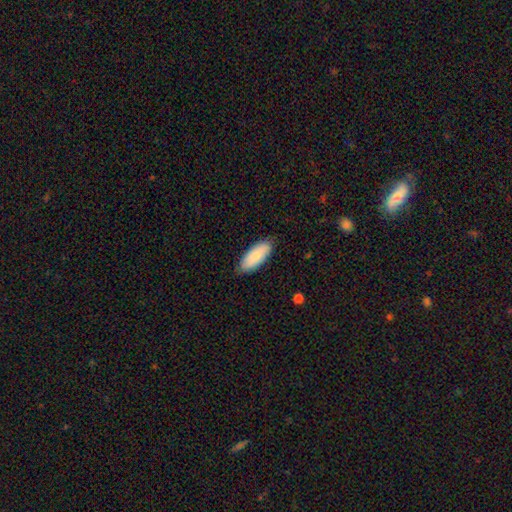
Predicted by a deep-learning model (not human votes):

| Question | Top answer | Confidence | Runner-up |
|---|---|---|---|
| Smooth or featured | smooth | 85% | featured or disk (10%) |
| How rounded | in between | 83% | cigar-shaped (16%) |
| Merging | none | 84% | minor disturbance (13%) |